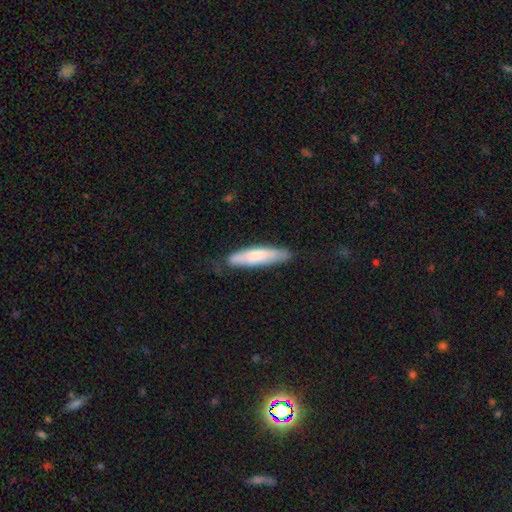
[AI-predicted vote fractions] smooth 67%, featured or disk 27%, star or artifact 5%. Down the decision tree: how rounded — cigar-shaped (76%); merging — none (74%).